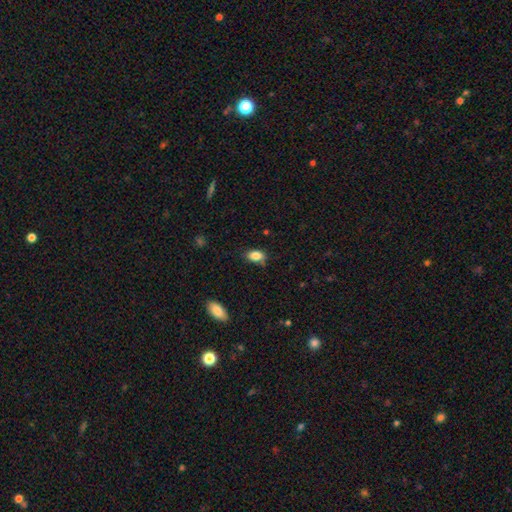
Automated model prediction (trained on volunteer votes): A smooth galaxy with no disk features (84%) that is in between round and cigar-shaped (88%). Merging: none (71%).